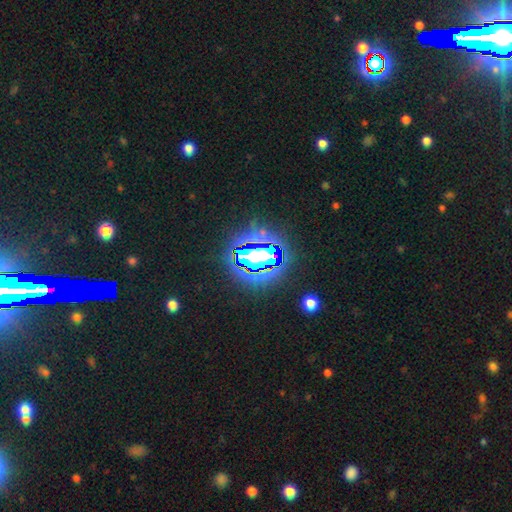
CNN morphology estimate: Smooth or featured? Predicted: star or artifact (p=0.83).